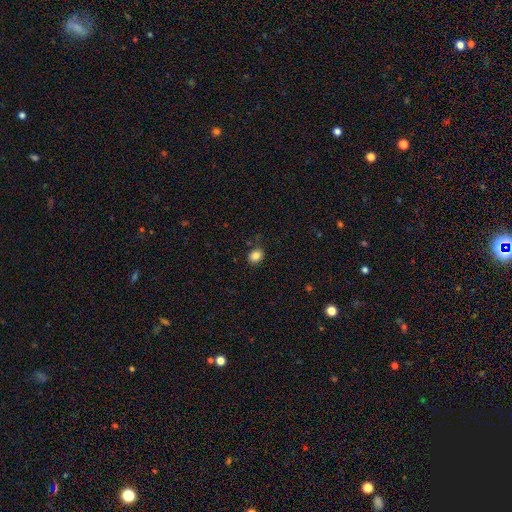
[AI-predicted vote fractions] Smooth or featured? smooth (84%)
How rounded? round (50%)
Merging? none (79%)